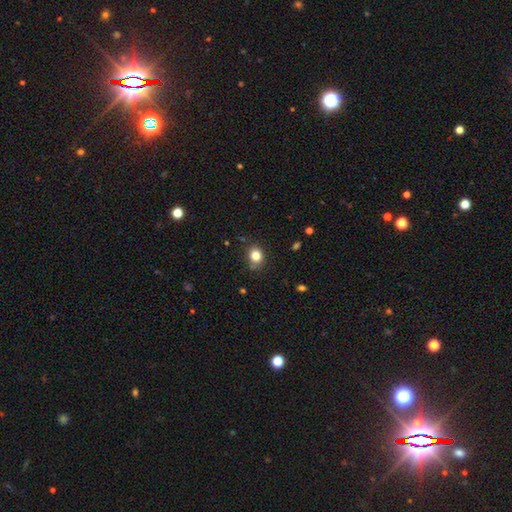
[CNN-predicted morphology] smooth_or_featured: smooth (p=0.82) [alt: star or artifact p=0.12]
how_rounded: round (p=0.63) [alt: in between p=0.36]
merging: none (p=0.78) [alt: minor disturbance p=0.16]